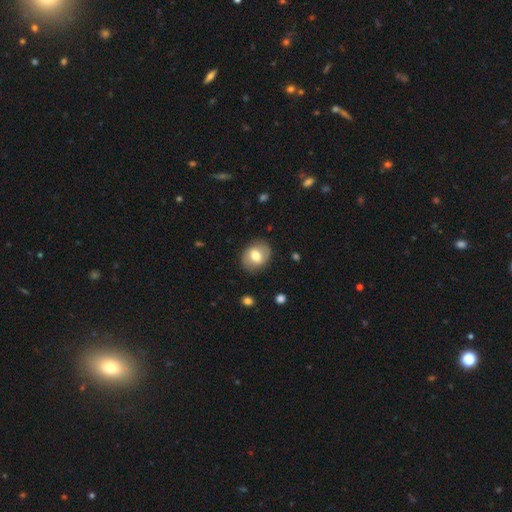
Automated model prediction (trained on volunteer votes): Smooth or featured?
  - smooth: 66% *
  - featured or disk: 26%
  - star or artifact: 8%
How rounded?
  - round: 54% *
  - in between: 45%
  - cigar-shaped: 1%
Merging?
  - none: 84% *
  - minor disturbance: 11%
  - major disturbance: 4%
  - merger: 1%